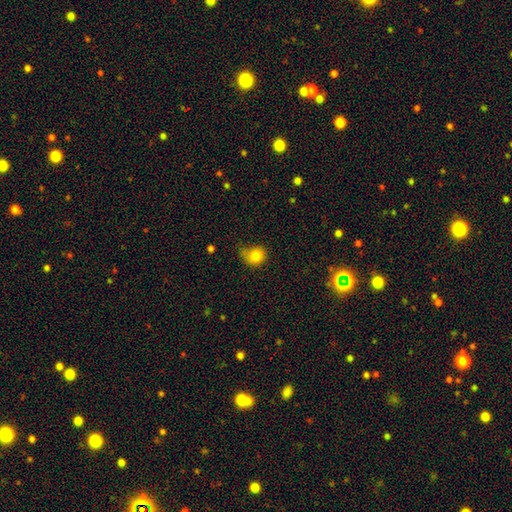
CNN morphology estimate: Smooth or featured? smooth (81%)
How rounded? round (75%)
Merging? none (49%)